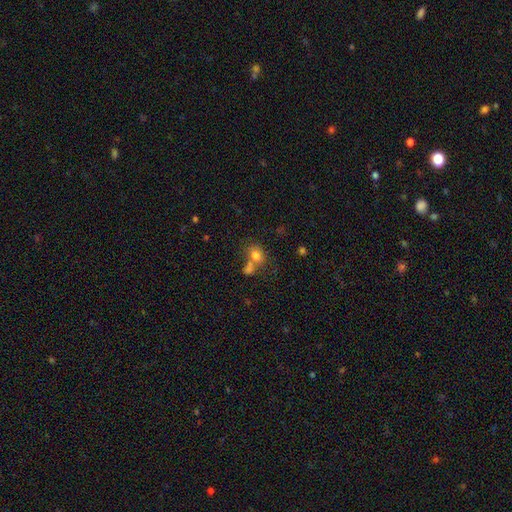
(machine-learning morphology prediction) smooth-or-featured: smooth: 76% | star or artifact: 12% | featured or disk: 12%
  how-rounded: in between: 51% | round: 48% | cigar-shaped: 1%
  merging: merger: 44% | none: 39% | minor disturbance: 11% | major disturbance: 6%